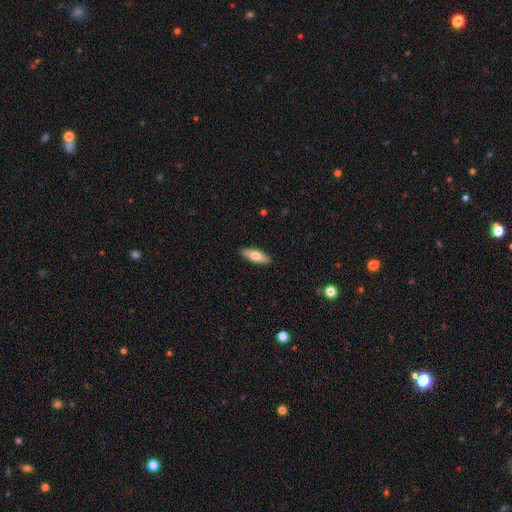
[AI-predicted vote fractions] A smooth galaxy with no disk features (71%) that is in between round and cigar-shaped (63%).

Vote fractions:
- Smooth or featured? smooth: 71% / featured or disk: 23% / star or artifact: 6%
- How rounded? in between: 63% / cigar-shaped: 35% / round: 2%
- Merging? none: 90% / minor disturbance: 7% / major disturbance: 2% / merger: 1%